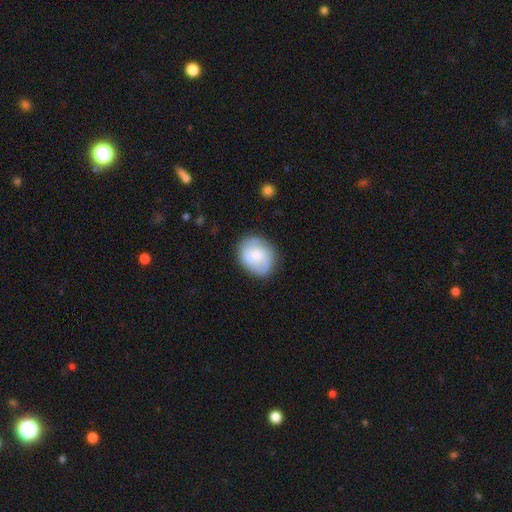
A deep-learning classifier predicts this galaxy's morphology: type=smooth (56%); roundness=round (61%); merging=none (77%).